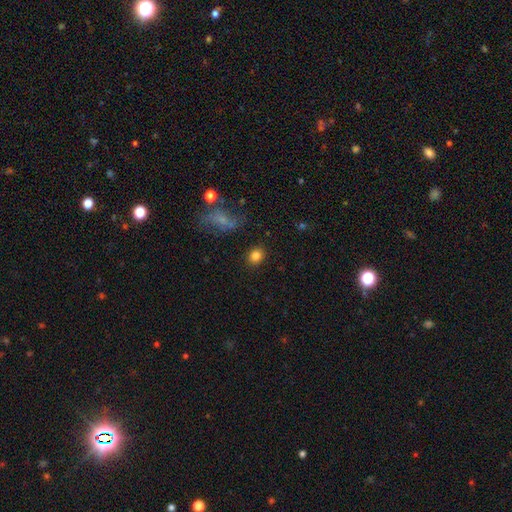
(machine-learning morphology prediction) smooth-or-featured: smooth: 83% | star or artifact: 11% | featured or disk: 7%
  how-rounded: round: 63% | in between: 36% | cigar-shaped: 1%
  merging: none: 87% | minor disturbance: 8% | major disturbance: 3% | merger: 2%